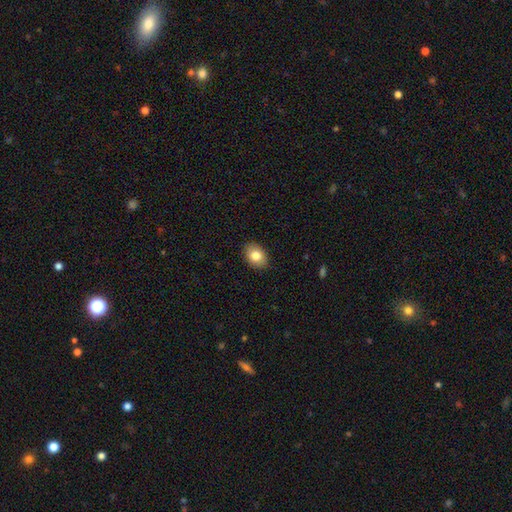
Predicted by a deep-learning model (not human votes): Smooth or featured? Predicted: smooth (p=0.83). How rounded? Predicted: in between (p=0.72). Merging? Predicted: none (p=0.88).